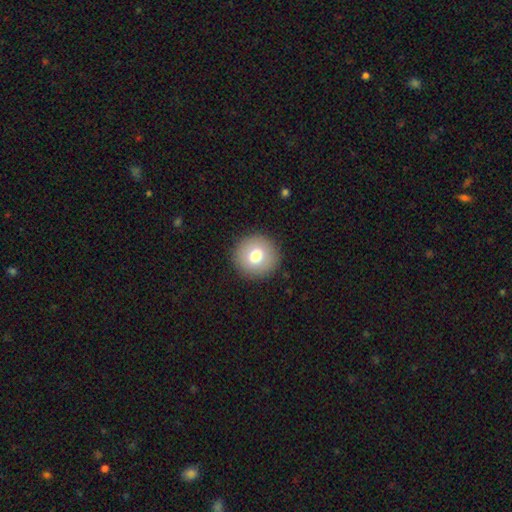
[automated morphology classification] smooth-or-featured: smooth: 75% | featured or disk: 15% | star or artifact: 10%
  how-rounded: round: 94% | in between: 5% | cigar-shaped: 1%
  merging: none: 91% | minor disturbance: 5% | major disturbance: 2% | merger: 1%